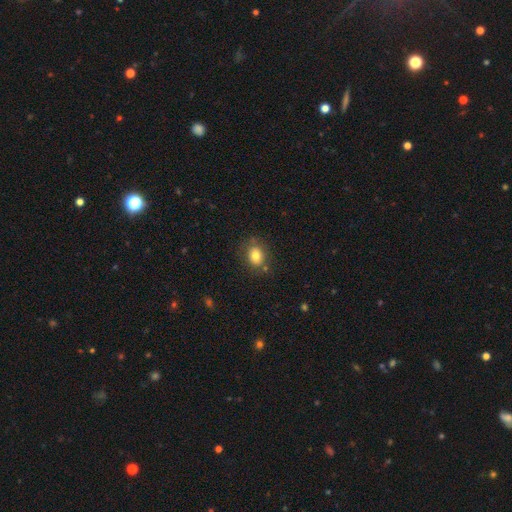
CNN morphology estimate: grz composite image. It shows a smooth galaxy with no disk features (79%) that is in between round and cigar-shaped (50%). Merging: none (74%).